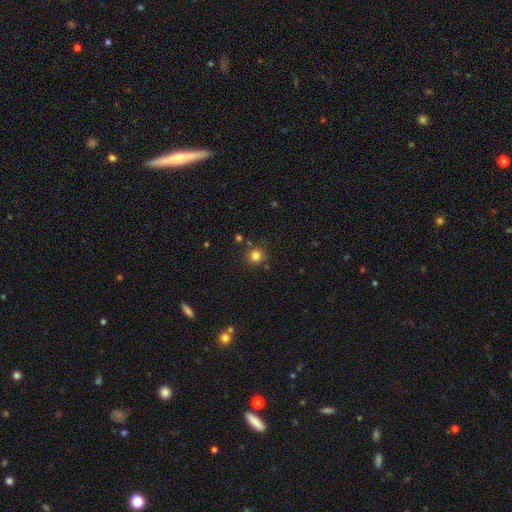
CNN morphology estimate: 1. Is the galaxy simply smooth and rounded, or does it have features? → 81% smooth, 13% star or artifact, 6% featured or disk.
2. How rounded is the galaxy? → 90% round, 9% in between, 1% cigar-shaped.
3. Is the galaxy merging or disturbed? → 82% none, 9% minor disturbance, 6% merger, 3% major disturbance.